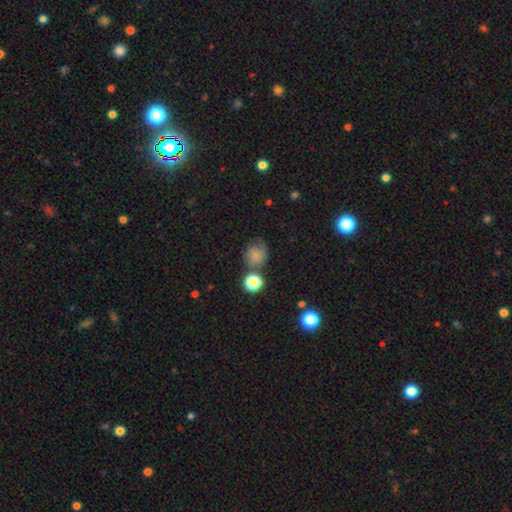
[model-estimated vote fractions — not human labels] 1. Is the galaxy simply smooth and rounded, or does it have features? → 75% smooth, 13% star or artifact, 11% featured or disk.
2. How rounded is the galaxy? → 75% round, 24% in between, 1% cigar-shaped.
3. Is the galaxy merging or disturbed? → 55% none, 24% minor disturbance, 12% merger, 9% major disturbance.